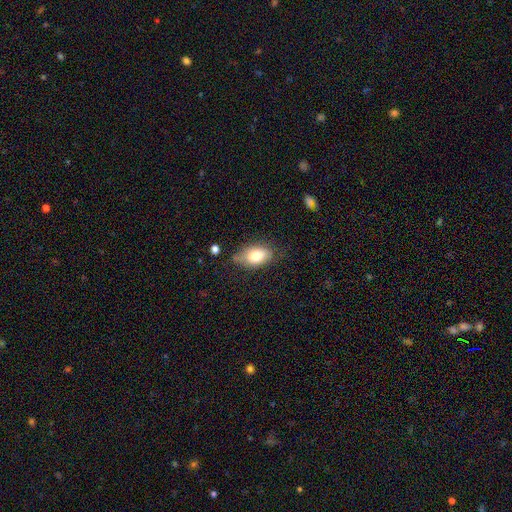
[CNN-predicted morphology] Smooth or featured?
  - smooth: 76% *
  - featured or disk: 16%
  - star or artifact: 8%
How rounded?
  - in between: 90% *
  - round: 8%
  - cigar-shaped: 2%
Merging?
  - none: 64% *
  - minor disturbance: 26%
  - major disturbance: 7%
  - merger: 3%